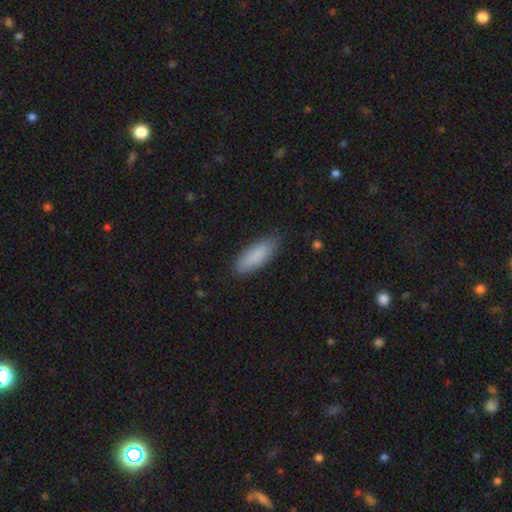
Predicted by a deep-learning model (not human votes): This is clearly a smooth galaxy (87%). How rounded: likely in between (65%). Merging: clearly none (81%).